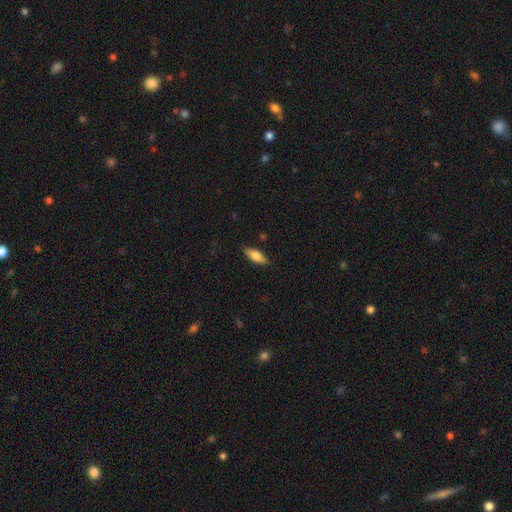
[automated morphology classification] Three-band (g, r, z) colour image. It shows a smooth galaxy with no disk features (77%) that is in between round and cigar-shaped (66%). Merging: none (86%).